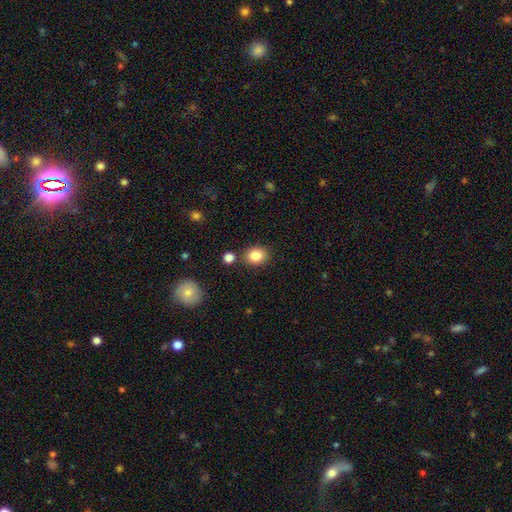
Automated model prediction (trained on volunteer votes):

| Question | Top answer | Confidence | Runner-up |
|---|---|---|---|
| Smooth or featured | smooth | 85% | star or artifact (10%) |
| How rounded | round | 54% | in between (45%) |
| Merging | none | 82% | minor disturbance (10%) |